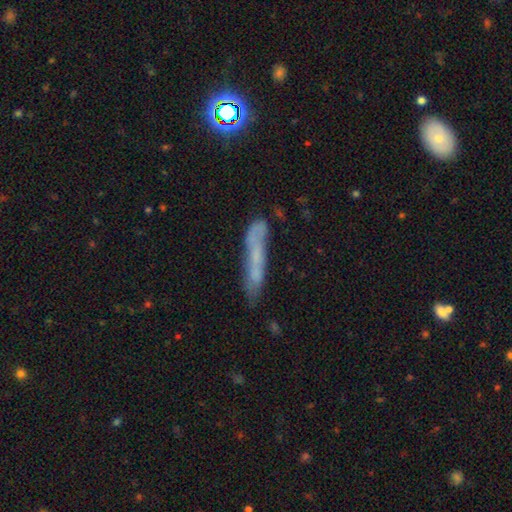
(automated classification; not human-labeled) Smooth or featured? Predicted: smooth (p=0.44). Merging? Predicted: none (p=0.57).